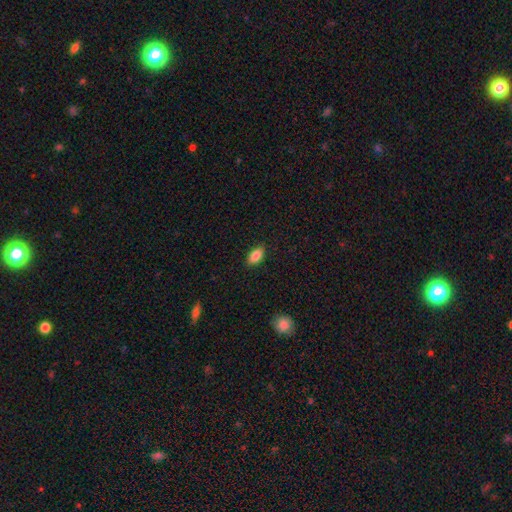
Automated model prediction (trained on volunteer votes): Overall: smooth (87%). How rounded: in between (90%). Merging: none (88%).